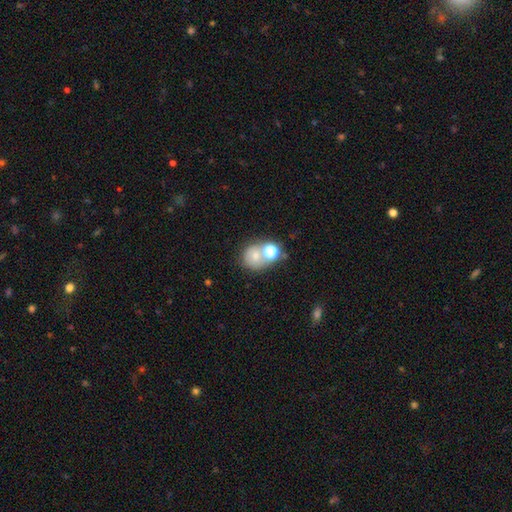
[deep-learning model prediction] This appears to be a smooth galaxy with no disk features (68%) that is round (76%). Merging: none (41%, tied with merger).